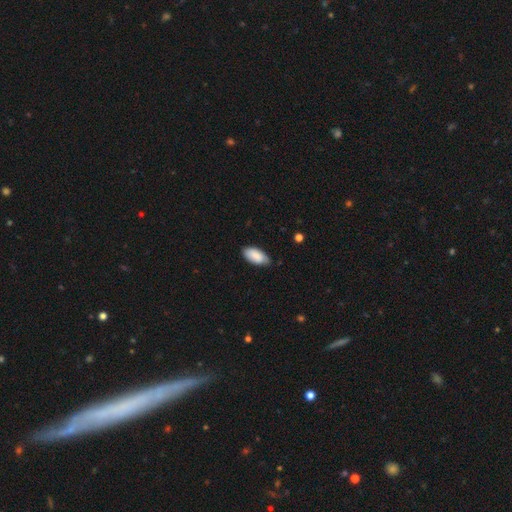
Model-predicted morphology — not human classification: This is clearly a smooth galaxy (85%). How rounded: clearly in between (94%). Merging: likely none (73%).